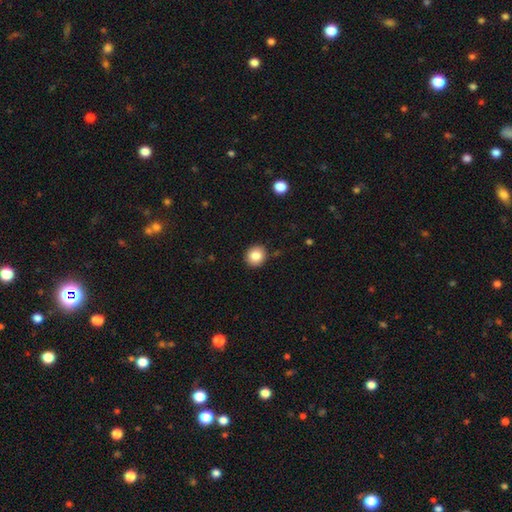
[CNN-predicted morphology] The model was most divided on "how rounded": round: 84%, in between: 15%, cigar-shaped: 1%. More confident: merging — none (89%); smooth or featured — smooth (85%).